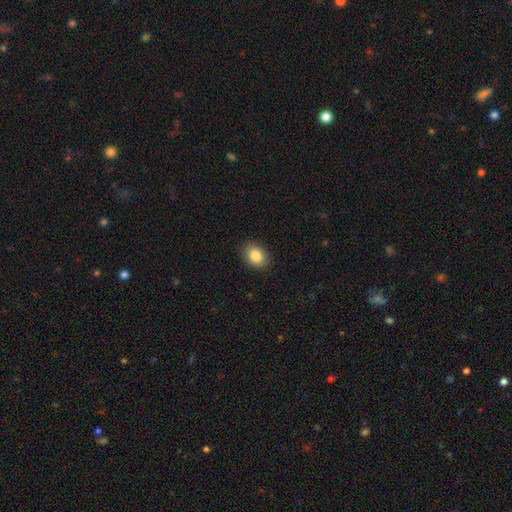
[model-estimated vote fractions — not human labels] Overall: smooth (86%). How rounded: in between (71%). Merging: none (89%).